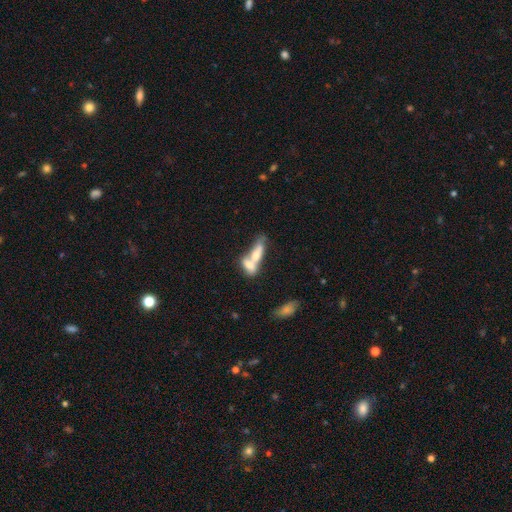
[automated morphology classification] A smooth galaxy with no disk features (58%) that is in between round and cigar-shaped (61%). Merging: merger (72%).